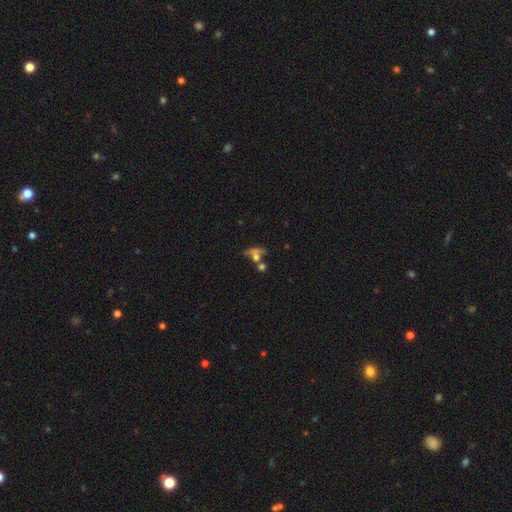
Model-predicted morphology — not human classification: smooth-or-featured: smooth: 51% | featured or disk: 31% | star or artifact: 18%
  how-rounded: in between: 48% | round: 35% | cigar-shaped: 17%
  merging: merger: 36% | none: 34% | major disturbance: 16% | minor disturbance: 14%